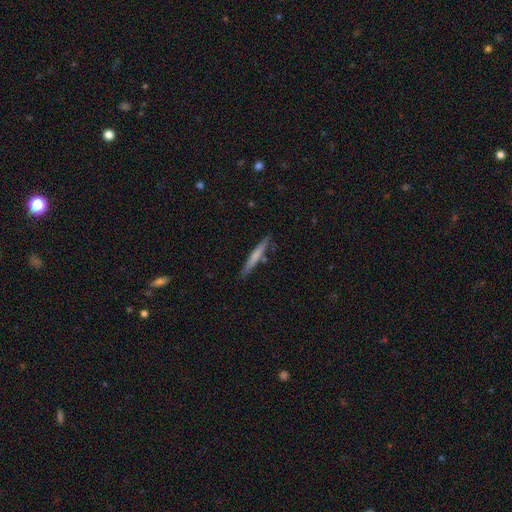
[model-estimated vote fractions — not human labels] The model was most divided on "smooth or featured": smooth: 62%, featured or disk: 32%, star or artifact: 6%. More confident: how rounded — cigar-shaped (95%); merging — none (84%).